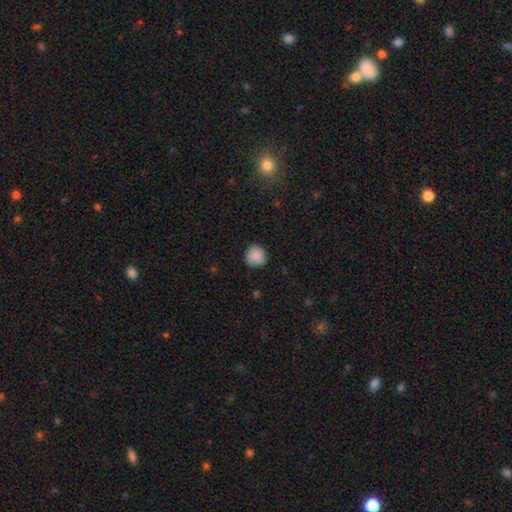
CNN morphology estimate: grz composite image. It shows a smooth galaxy with no disk features (88%) that is round (92%). Merging: none (85%).